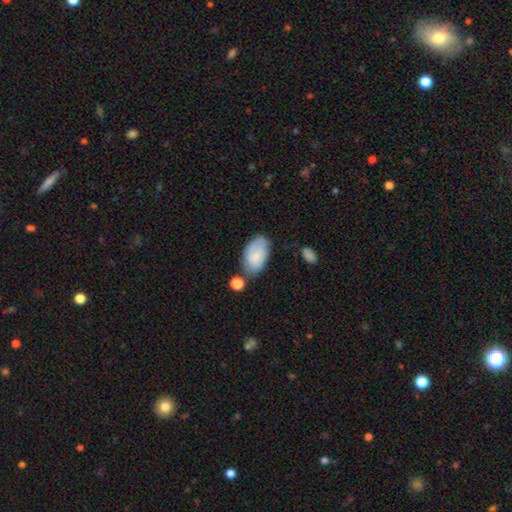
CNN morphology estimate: A smooth galaxy with no disk features (75%) that is in between round and cigar-shaped (94%).

Vote fractions:
- Smooth or featured? smooth: 75% / featured or disk: 18% / star or artifact: 7%
- How rounded? in between: 94% / round: 4% / cigar-shaped: 2%
- Merging? none: 57% / minor disturbance: 26% / merger: 10% / major disturbance: 7%